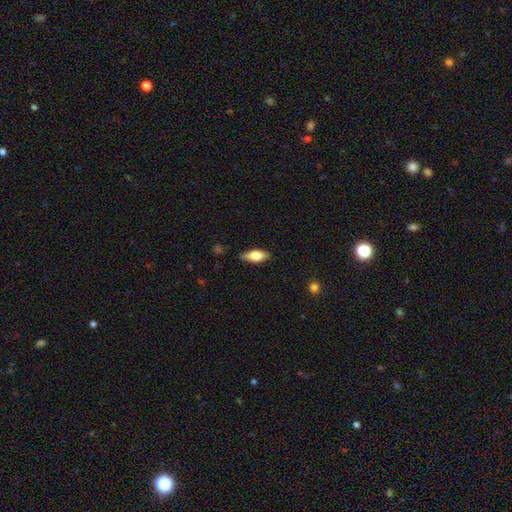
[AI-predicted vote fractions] Smooth or featured? Predicted: smooth (p=0.65). How rounded? Predicted: in between (p=0.75). Merging? Predicted: none (p=0.83).